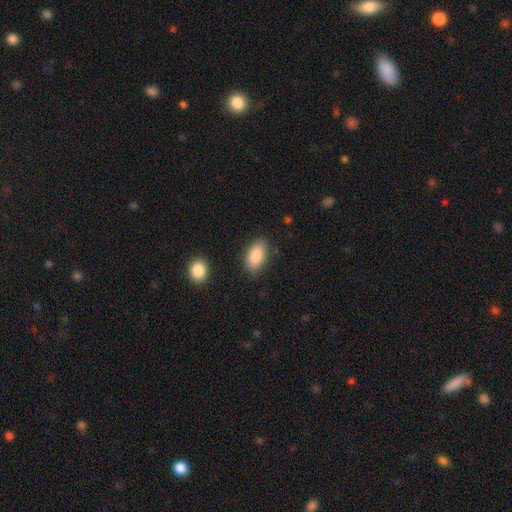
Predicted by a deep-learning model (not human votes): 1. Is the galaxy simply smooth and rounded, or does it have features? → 87% smooth, 7% star or artifact, 6% featured or disk.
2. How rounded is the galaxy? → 93% in between, 4% round, 3% cigar-shaped.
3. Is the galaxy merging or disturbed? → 83% none, 12% minor disturbance, 3% major disturbance, 2% merger.